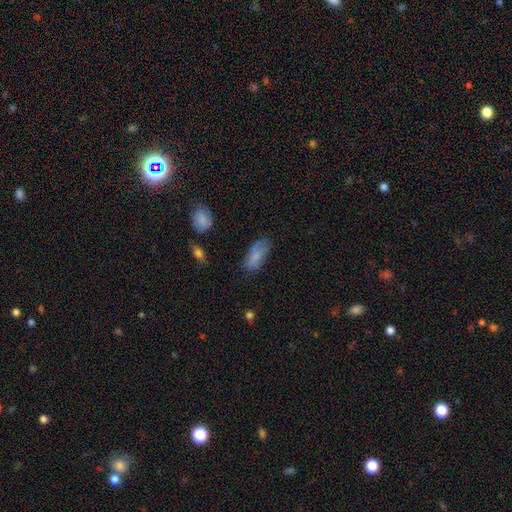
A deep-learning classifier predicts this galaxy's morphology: Smooth or featured: smooth — 77% (featured or disk — 15%)
How rounded: in between — 87% (cigar-shaped — 11%)
Merging: none — 63% (minor disturbance — 26%)